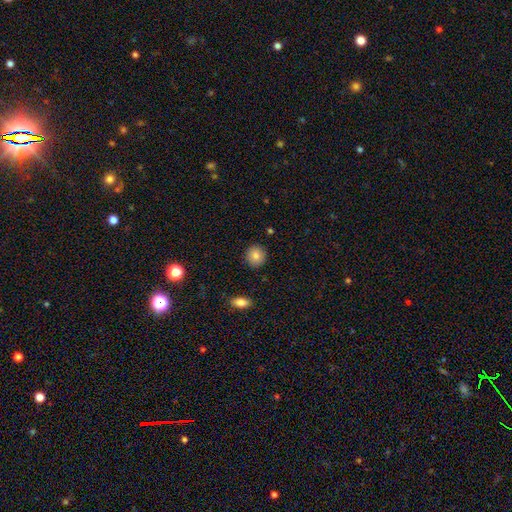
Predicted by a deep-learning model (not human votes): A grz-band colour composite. It shows a smooth galaxy with no disk features (83%) that is round (89%). Merging: none (91%).